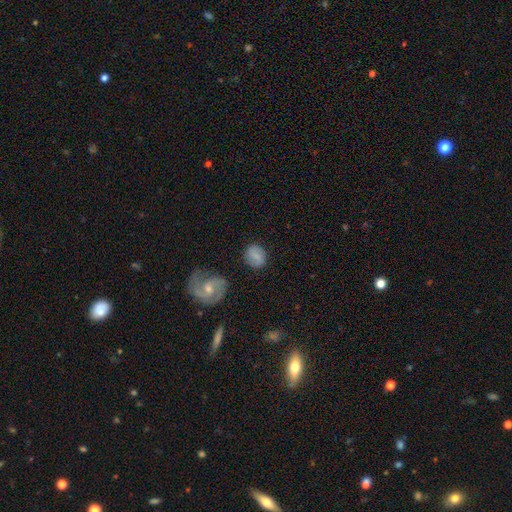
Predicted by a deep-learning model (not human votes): Smooth or featured? smooth (59%)
How rounded? round (64%)
Merging? none (79%)